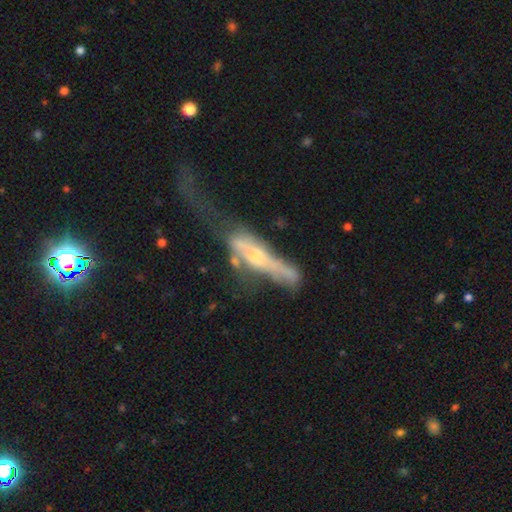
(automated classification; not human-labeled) Q: Smooth or featured?
A: featured or disk (57%); runner-up: smooth (34%)
Q: Edge-on disk?
A: no (54%); runner-up: yes (46%)
Q: Merging?
A: major disturbance (51%); runner-up: merger (20%)